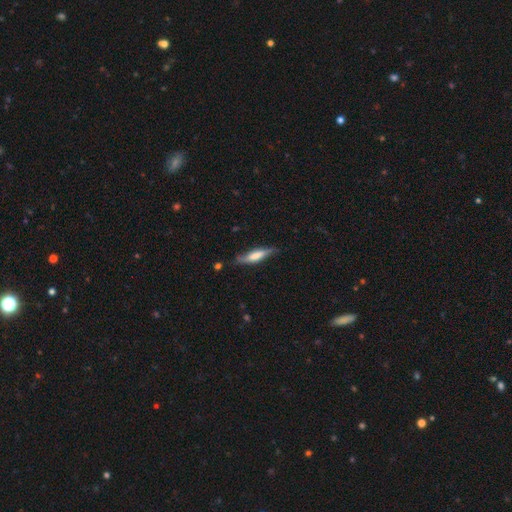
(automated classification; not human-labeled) Smooth or featured? Predicted: smooth (p=0.56). How rounded? Predicted: cigar-shaped (p=0.75). Merging? Predicted: none (p=0.68).